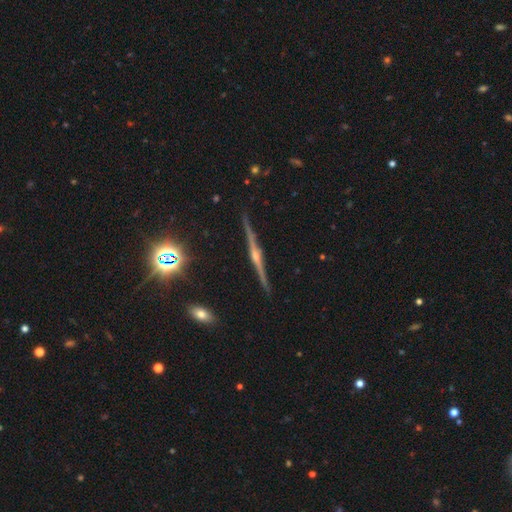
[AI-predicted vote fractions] Smooth or featured: featured or disk — 85% (star or artifact — 8%)
Edge-on disk: yes — 98% (no — 2%)
Edge-on bulge: rounded — 86% (boxy — 7%)
Merging: none — 91% (minor disturbance — 6%)